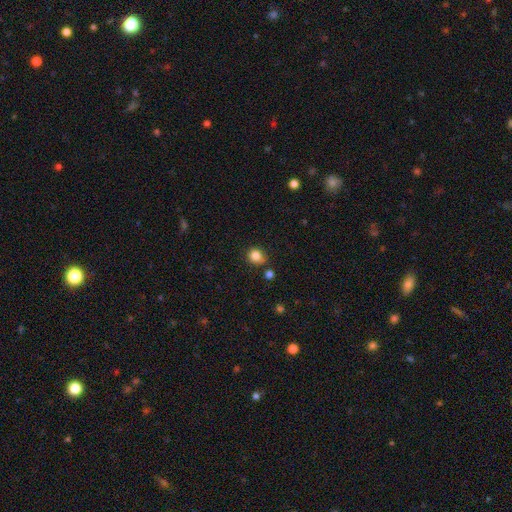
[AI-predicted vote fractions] This appears to be a smooth galaxy with no disk features (84%) that is round (76%). Merging: none (73%).